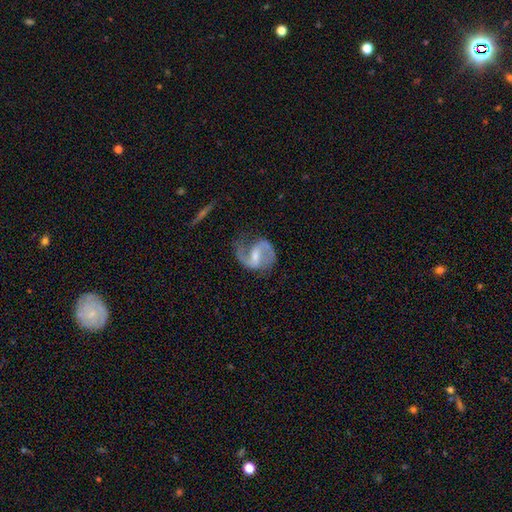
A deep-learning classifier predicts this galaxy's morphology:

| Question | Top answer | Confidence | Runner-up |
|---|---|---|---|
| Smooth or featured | featured or disk | 88% | smooth (7%) |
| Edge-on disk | no | 98% | yes (2%) |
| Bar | weak | 53% | strong (31%) |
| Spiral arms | yes | 96% | no (4%) |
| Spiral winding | medium | 53% | loose (35%) |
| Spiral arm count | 2 | 88% | 1 (6%) |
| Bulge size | small | 42% | moderate (40%) |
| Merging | none | 63% | minor disturbance (20%) |